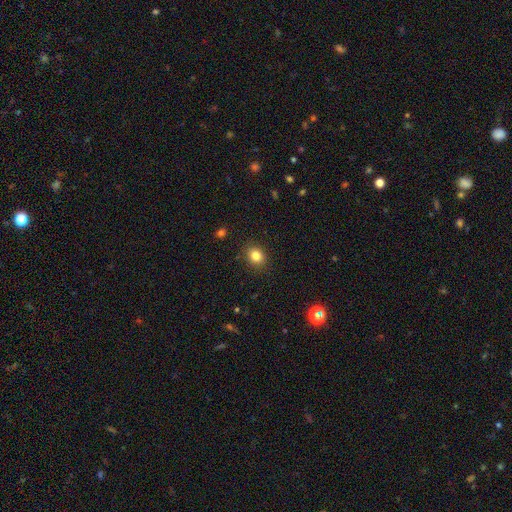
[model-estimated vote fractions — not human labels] smooth-or-featured: smooth: 83% | star or artifact: 11% | featured or disk: 6%
  how-rounded: round: 57% | in between: 42% | cigar-shaped: 1%
  merging: none: 87% | minor disturbance: 9% | major disturbance: 3% | merger: 1%